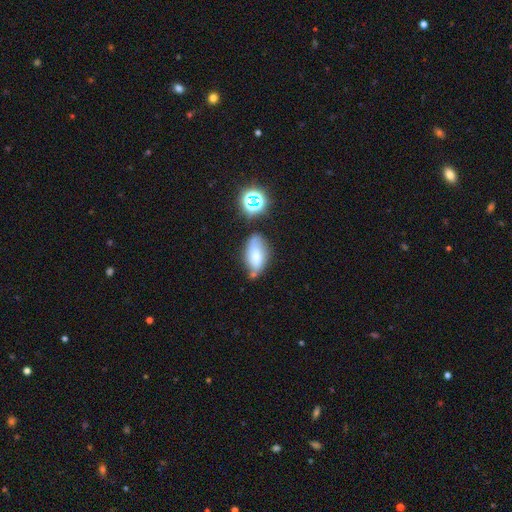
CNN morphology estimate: This is likely a smooth galaxy (62%). How rounded: clearly in between (85%). Merging: possibly none (49%).